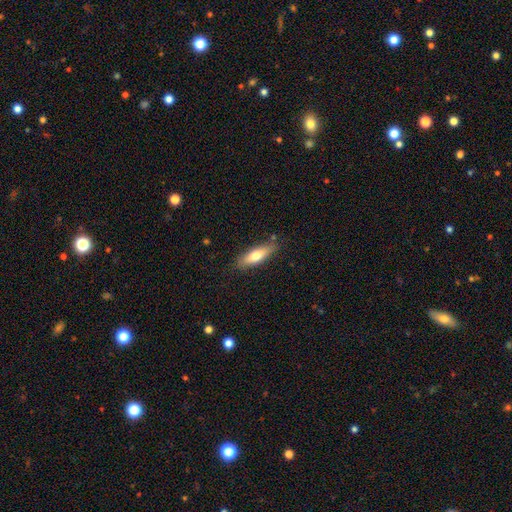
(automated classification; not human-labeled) This is likely a smooth galaxy (67%). How rounded: possibly cigar-shaped (51%). Merging: clearly none (83%).